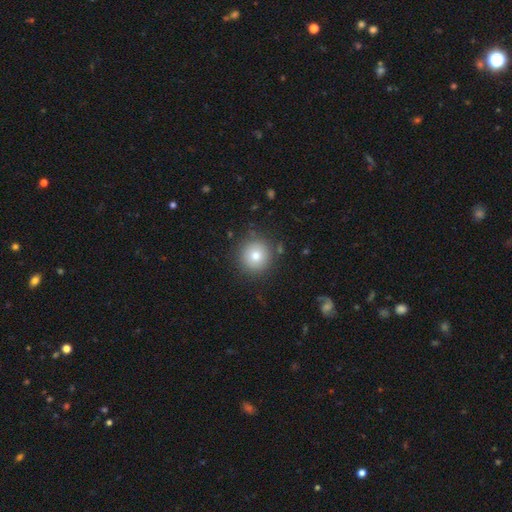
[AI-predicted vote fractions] This appears to be a smooth galaxy with no disk features (77%) that is round (95%). Merging: none (87%).